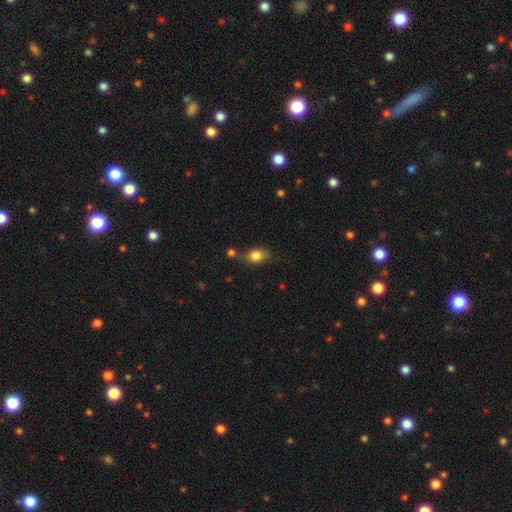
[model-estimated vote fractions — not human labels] smooth_or_featured: smooth (p=0.80) [alt: featured or disk p=0.11]
how_rounded: in between (p=0.75) [alt: round p=0.21]
merging: none (p=0.65) [alt: minor disturbance p=0.19]